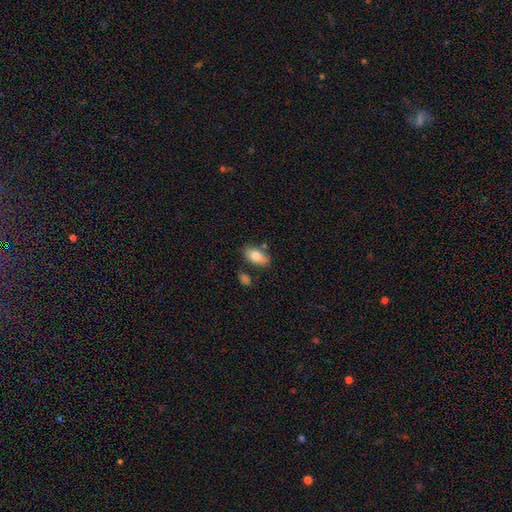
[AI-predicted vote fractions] smooth 81%, featured or disk 12%, star or artifact 7%. Down the decision tree: how rounded — in between (92%); merging — none (73%).